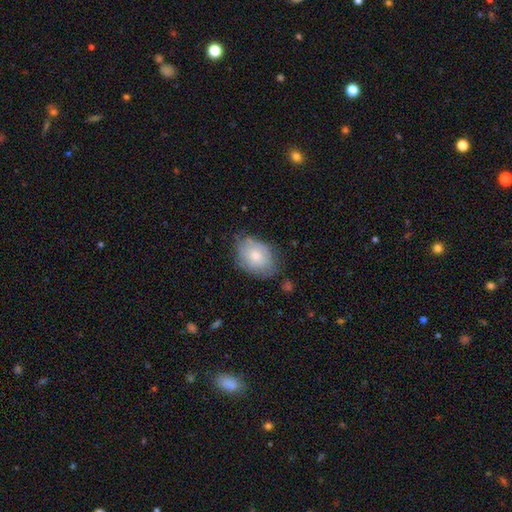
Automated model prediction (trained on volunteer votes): A smooth galaxy with no disk features (63%) that is in between round and cigar-shaped (78%).

Vote fractions:
- Smooth or featured? smooth: 63% / featured or disk: 30% / star or artifact: 7%
- How rounded? in between: 78% / round: 21% / cigar-shaped: 1%
- Merging? none: 59% / minor disturbance: 31% / major disturbance: 9% / merger: 2%